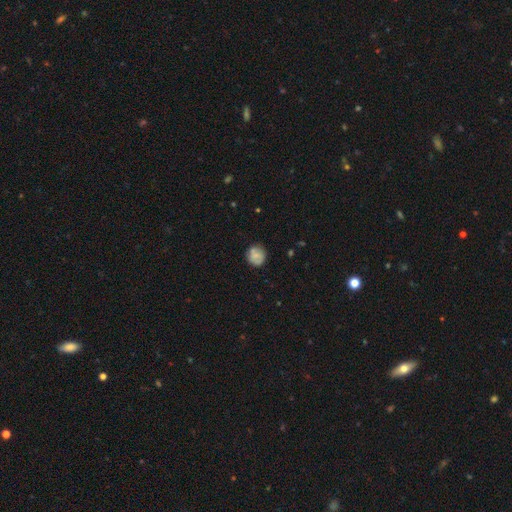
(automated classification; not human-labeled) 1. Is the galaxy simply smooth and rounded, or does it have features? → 67% smooth, 24% featured or disk, 9% star or artifact.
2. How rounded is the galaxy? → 85% round, 14% in between, 1% cigar-shaped.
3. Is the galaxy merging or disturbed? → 72% none, 19% minor disturbance, 5% major disturbance, 4% merger.